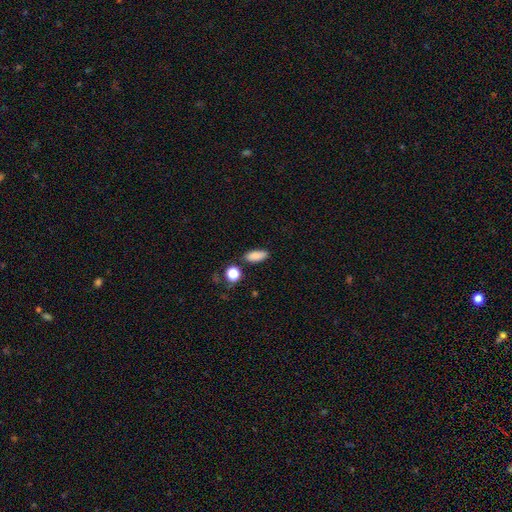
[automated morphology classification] smooth_or_featured: smooth (p=0.85) [alt: star or artifact p=0.09]
how_rounded: in between (p=0.79) [alt: cigar-shaped p=0.16]
merging: none (p=0.80) [alt: minor disturbance p=0.12]